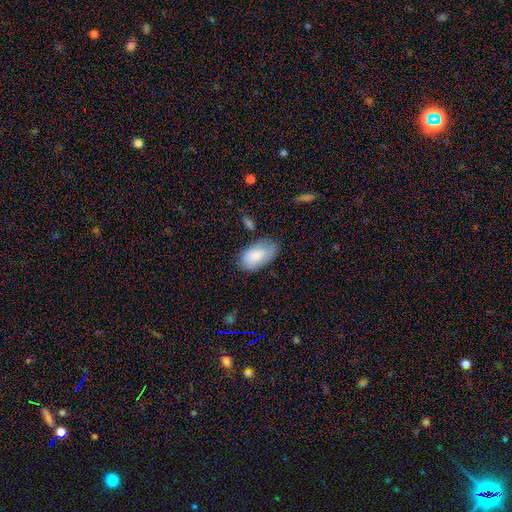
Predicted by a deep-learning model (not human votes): This appears to be a smooth galaxy with no disk features (82%) that is in between round and cigar-shaped (95%). Merging: none (69%).